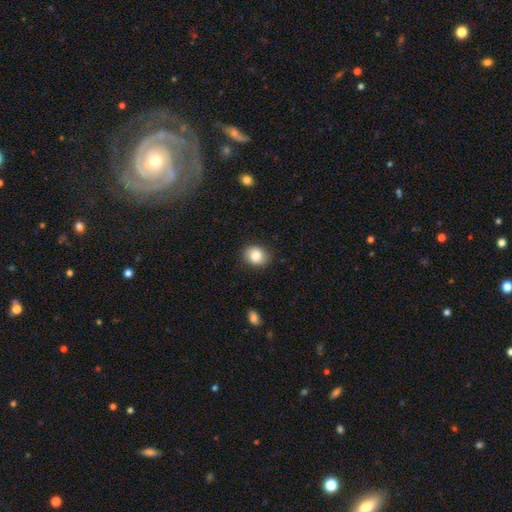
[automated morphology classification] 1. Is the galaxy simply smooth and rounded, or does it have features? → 85% smooth, 8% star or artifact, 7% featured or disk.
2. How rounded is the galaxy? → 63% round, 36% in between, 1% cigar-shaped.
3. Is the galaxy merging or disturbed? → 87% none, 9% minor disturbance, 2% major disturbance, 1% merger.